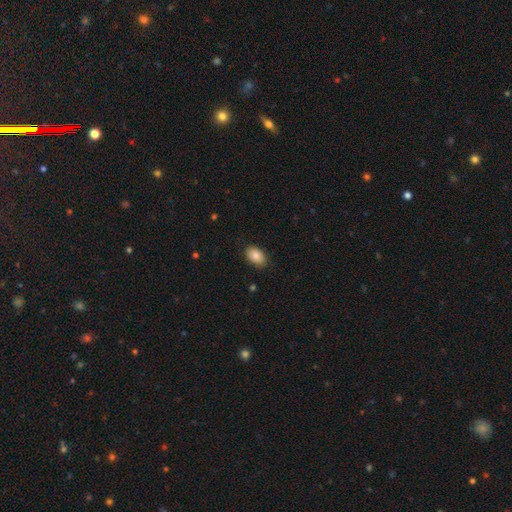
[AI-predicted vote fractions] The model was most divided on "merging": none: 86%, minor disturbance: 11%, major disturbance: 2%, merger: 1%. More confident: how rounded — in between (90%); smooth or featured — smooth (85%).